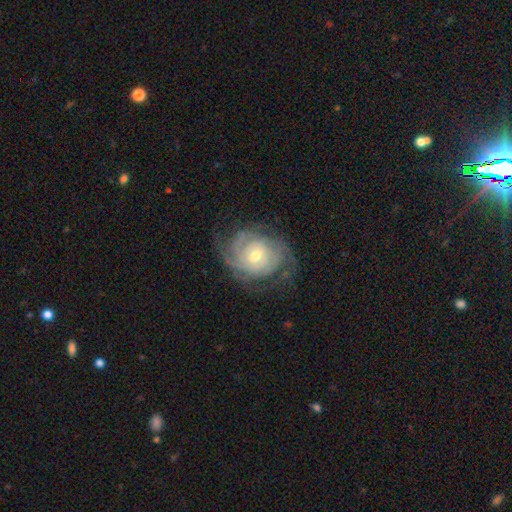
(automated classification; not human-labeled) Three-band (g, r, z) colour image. It shows a featured or disk galaxy (87%) with no bar (69%), tight (75%) spiral arms (97%) and a moderate central bulge (50%). Merging: none (71%).